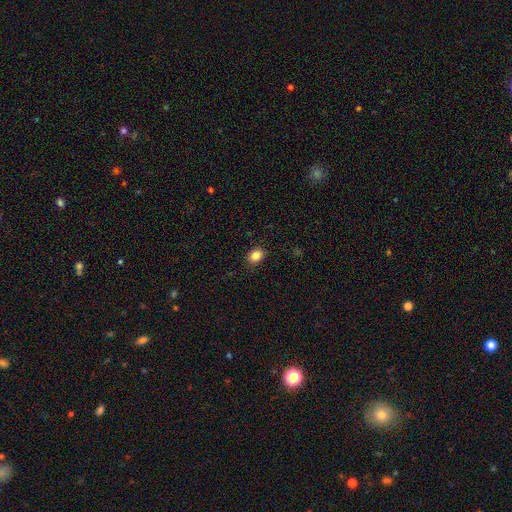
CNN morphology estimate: Q: Smooth or featured?
A: smooth (85%); runner-up: star or artifact (10%)
Q: How rounded?
A: in between (62%); runner-up: round (37%)
Q: Merging?
A: none (88%); runner-up: minor disturbance (9%)